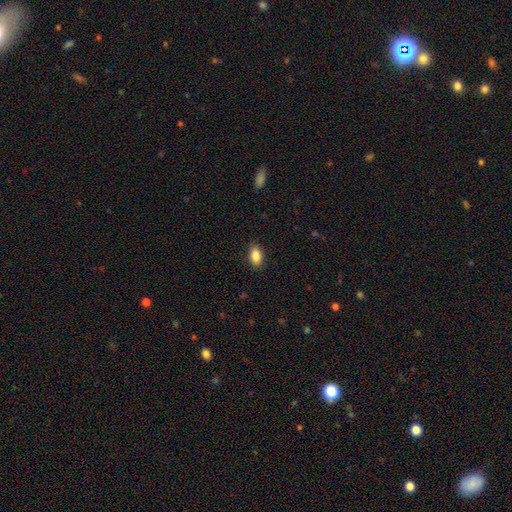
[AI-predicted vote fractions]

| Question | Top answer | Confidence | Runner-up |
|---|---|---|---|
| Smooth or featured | smooth | 87% | star or artifact (7%) |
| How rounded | in between | 91% | round (6%) |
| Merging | none | 87% | minor disturbance (9%) |